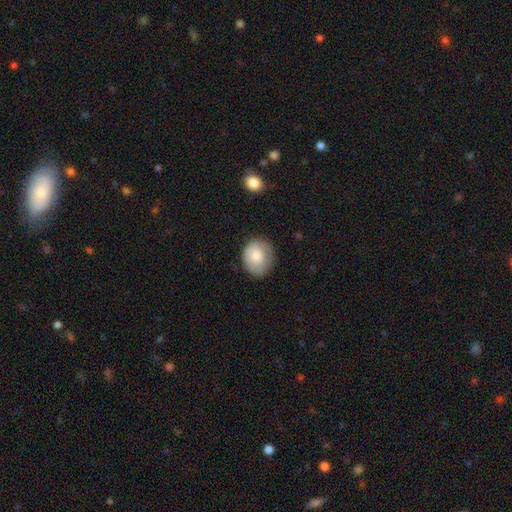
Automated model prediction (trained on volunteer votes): A smooth galaxy with no disk features (77%) that is round (63%). Merging: none (74%).